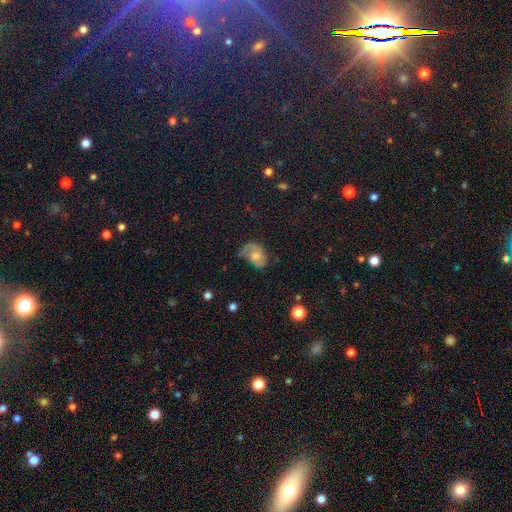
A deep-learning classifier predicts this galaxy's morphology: This is possibly a featured or disk galaxy (51%). It is clearly not viewed edge-on (97%). Merging: marginally none (39%).